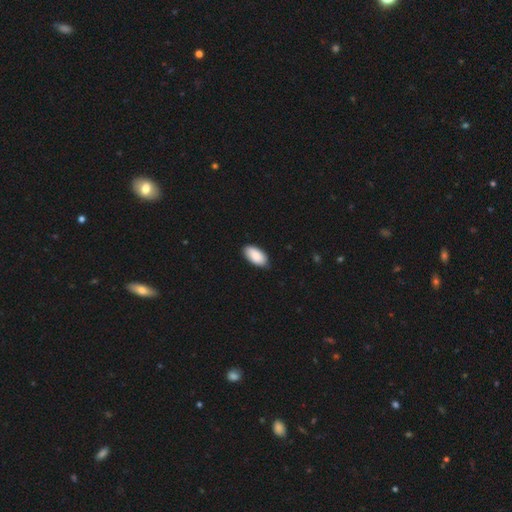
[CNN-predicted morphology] Overall: smooth (90%). How rounded: in between (96%). Merging: none (85%).